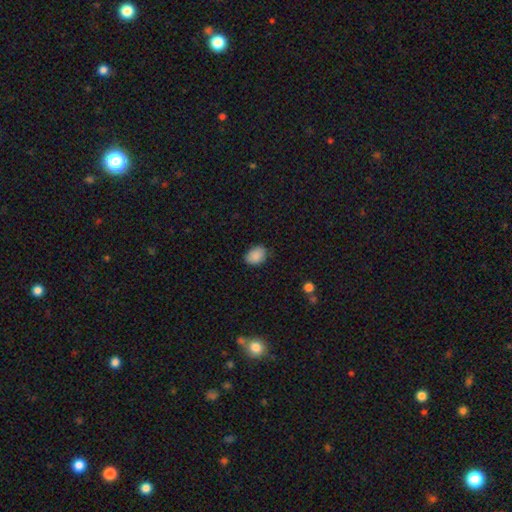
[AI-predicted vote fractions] smooth 88%, star or artifact 8%, featured or disk 4%. Down the decision tree: how rounded — in between (75%); merging — none (79%).